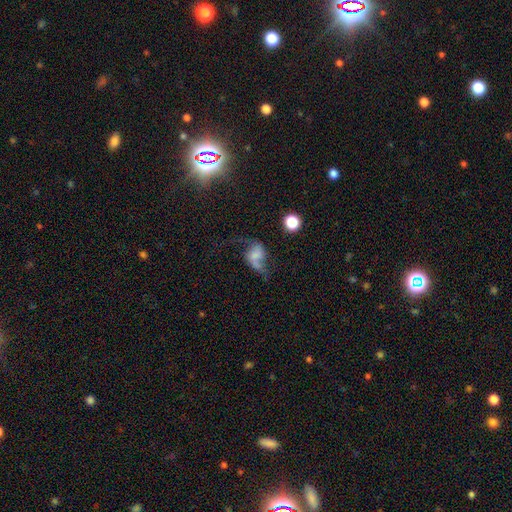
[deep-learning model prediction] featured or disk 60%, smooth 29%, star or artifact 11%. Down the decision tree: edge-on disk — no (97%); bar — no (61%); spiral arms — yes (83%); bulge size — none (35%); merging — none (40%).